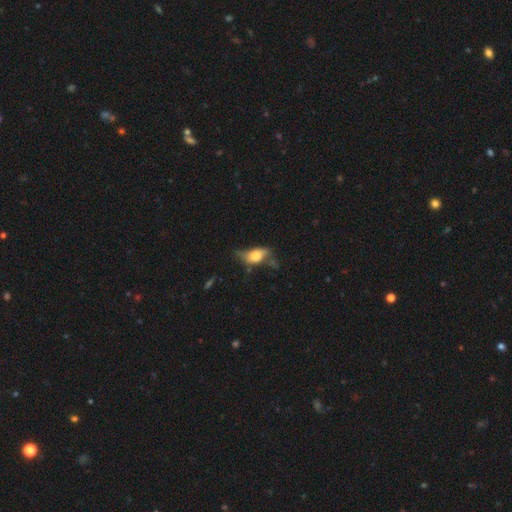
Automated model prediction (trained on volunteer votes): Smooth or featured? Predicted: smooth (p=0.50). Merging? Predicted: none (p=0.40).